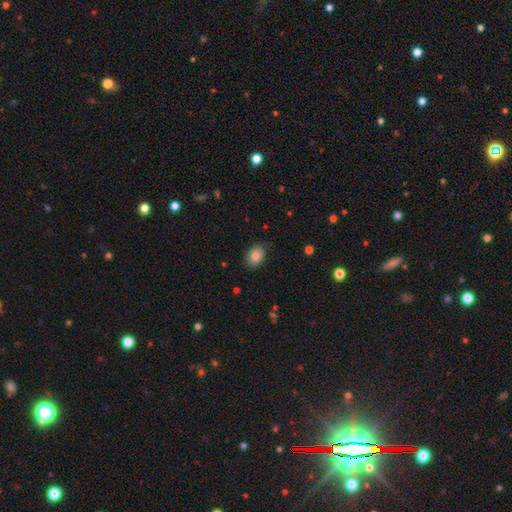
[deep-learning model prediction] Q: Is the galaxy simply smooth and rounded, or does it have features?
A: smooth — 83%.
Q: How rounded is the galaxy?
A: in between — 74%.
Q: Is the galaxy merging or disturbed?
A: none — 85%.